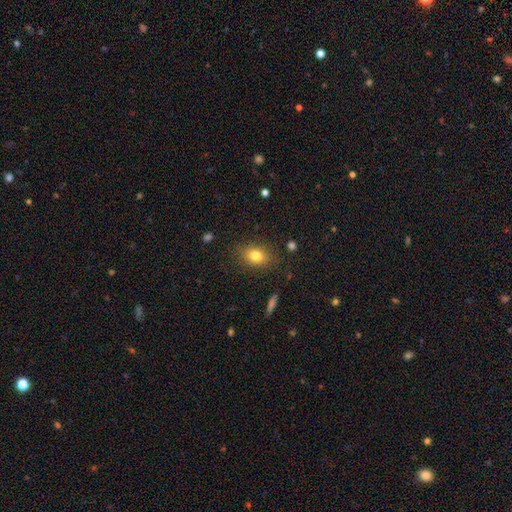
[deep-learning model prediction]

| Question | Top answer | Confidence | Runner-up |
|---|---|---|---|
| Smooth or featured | smooth | 79% | star or artifact (10%) |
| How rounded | in between | 71% | round (27%) |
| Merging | none | 83% | minor disturbance (12%) |